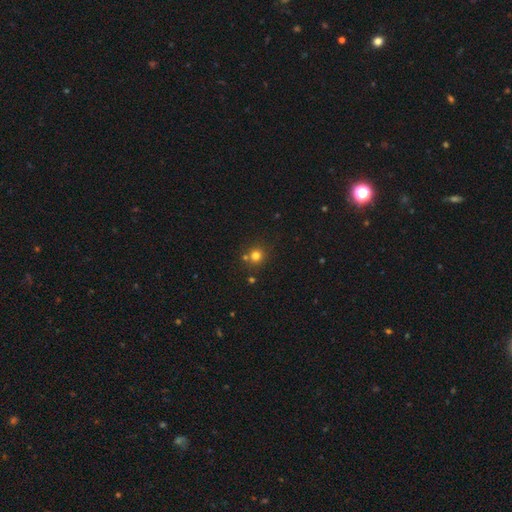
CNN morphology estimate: smooth-or-featured: smooth: 77% | star or artifact: 17% | featured or disk: 7%
  how-rounded: round: 92% | in between: 7% | cigar-shaped: 1%
  merging: none: 77% | merger: 13% | minor disturbance: 8% | major disturbance: 3%